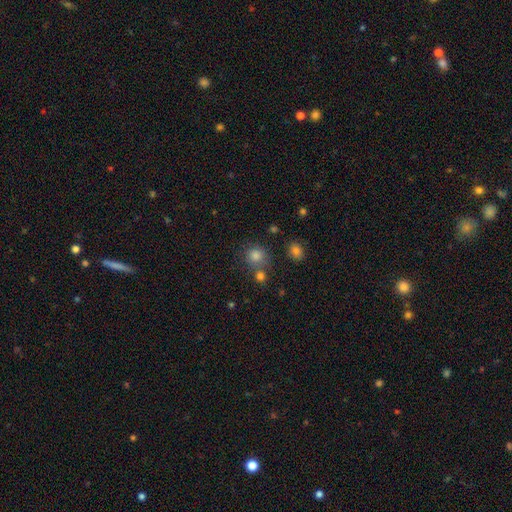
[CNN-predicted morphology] Smooth or featured? smooth (77%)
How rounded? round (87%)
Merging? none (69%)